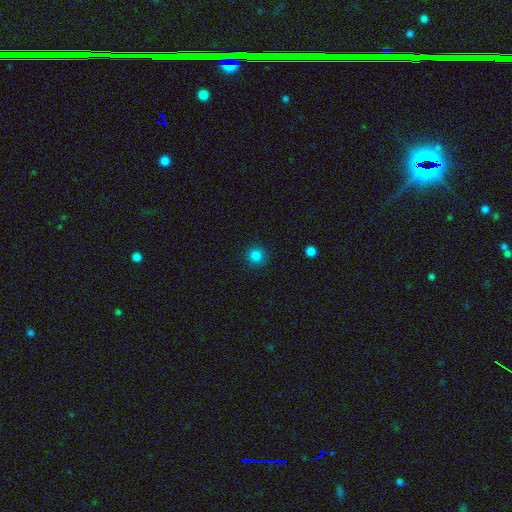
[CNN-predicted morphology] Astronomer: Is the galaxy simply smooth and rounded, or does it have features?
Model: smooth — 84%.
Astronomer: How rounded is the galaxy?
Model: round — 94%.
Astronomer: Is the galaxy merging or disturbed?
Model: none — 91%.